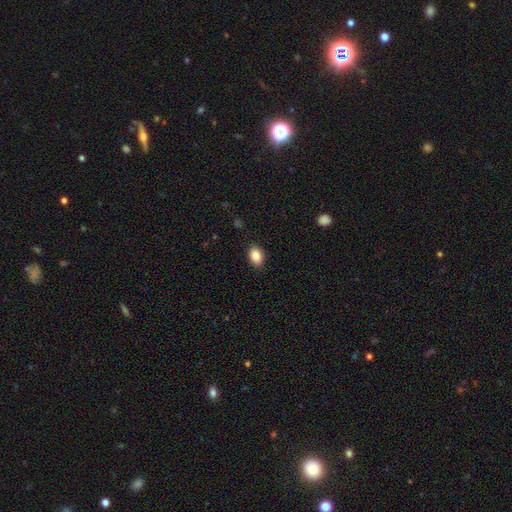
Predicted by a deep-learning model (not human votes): Q: Smooth or featured?
A: smooth (86%); runner-up: star or artifact (8%)
Q: How rounded?
A: in between (83%); runner-up: round (16%)
Q: Merging?
A: none (88%); runner-up: minor disturbance (9%)